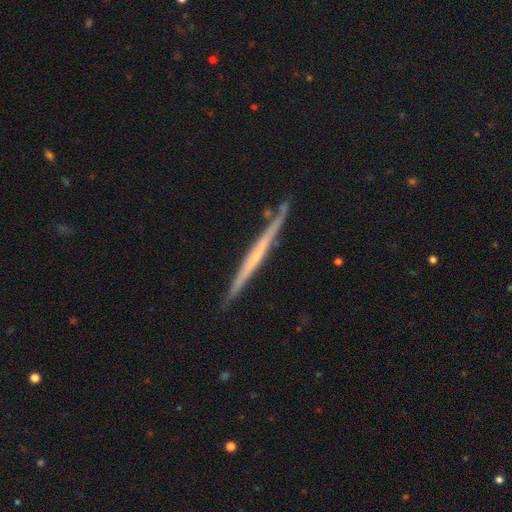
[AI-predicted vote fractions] Smooth or featured?
  - featured or disk: 65% *
  - smooth: 29%
  - star or artifact: 6%
Edge-on disk?
  - yes: 98% *
  - no: 2%
Edge-on bulge?
  - none: 81% *
  - rounded: 13%
  - boxy: 6%
Merging?
  - none: 88% *
  - minor disturbance: 9%
  - merger: 2%
  - major disturbance: 1%